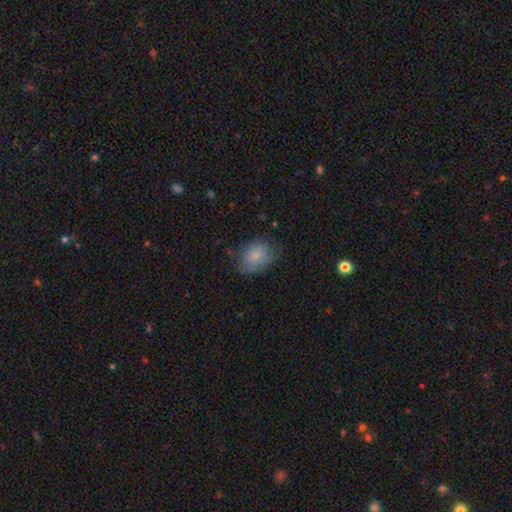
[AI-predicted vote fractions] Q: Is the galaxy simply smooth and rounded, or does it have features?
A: smooth — 74%.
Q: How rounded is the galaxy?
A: in between — 67%.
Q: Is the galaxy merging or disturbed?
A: none — 63%.